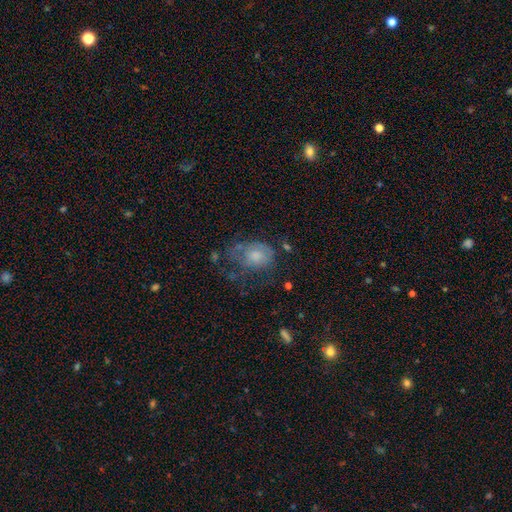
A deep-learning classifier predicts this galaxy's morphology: smooth_or_featured: smooth (p=0.48) [alt: featured or disk p=0.41]
merging: none (p=0.38) [alt: major disturbance p=0.30]